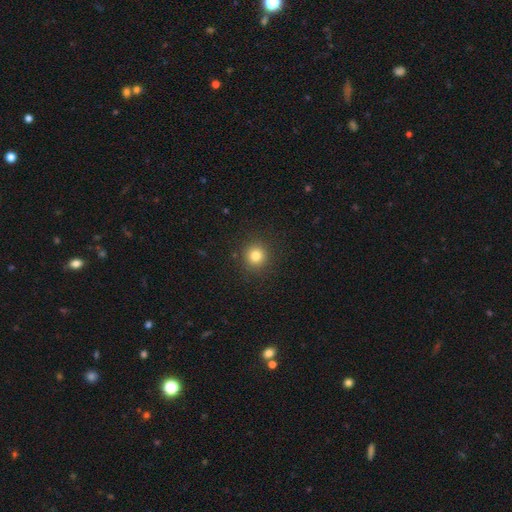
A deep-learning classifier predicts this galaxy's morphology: Smooth or featured?
  - smooth: 80% *
  - star or artifact: 13%
  - featured or disk: 6%
How rounded?
  - round: 93% *
  - in between: 6%
  - cigar-shaped: 1%
Merging?
  - none: 91% *
  - minor disturbance: 6%
  - major disturbance: 2%
  - merger: 1%